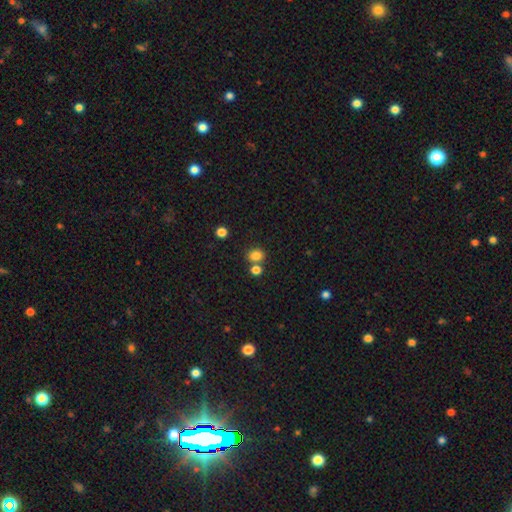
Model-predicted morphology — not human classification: smooth_or_featured: smooth (p=0.82) [alt: star or artifact p=0.13]
how_rounded: round (p=0.57) [alt: in between p=0.42]
merging: none (p=0.63) [alt: merger p=0.24]